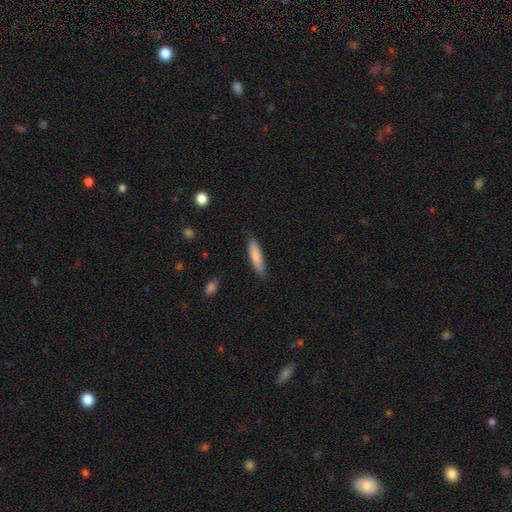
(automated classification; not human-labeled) Q: Smooth or featured?
A: smooth (82%); runner-up: featured or disk (12%)
Q: How rounded?
A: cigar-shaped (78%); runner-up: in between (20%)
Q: Merging?
A: none (85%); runner-up: minor disturbance (12%)